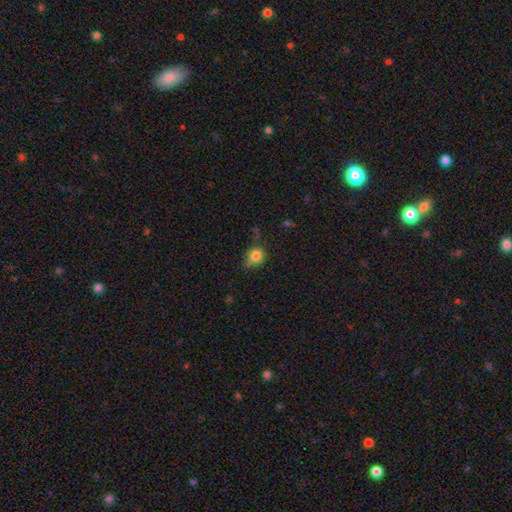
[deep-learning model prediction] smooth 82%, star or artifact 11%, featured or disk 7%. Down the decision tree: how rounded — round (72%); merging — none (61%).